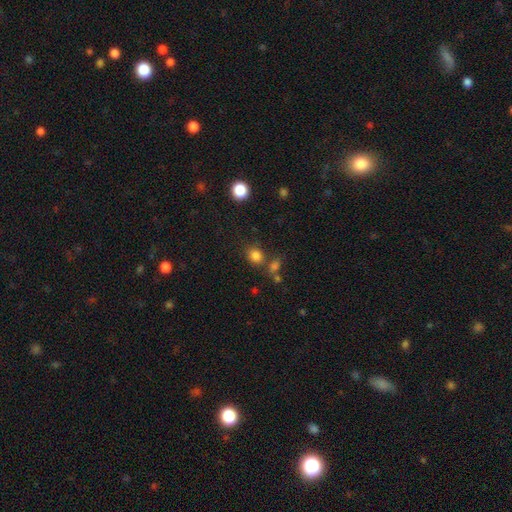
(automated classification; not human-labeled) The model was most divided on "how rounded": round: 61%, in between: 38%, cigar-shaped: 1%. More confident: smooth or featured — smooth (81%); merging — none (70%).